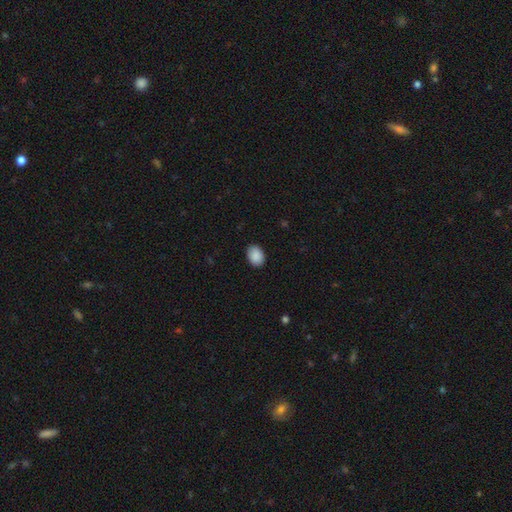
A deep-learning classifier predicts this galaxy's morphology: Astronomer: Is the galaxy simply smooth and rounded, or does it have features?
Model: smooth — 90%.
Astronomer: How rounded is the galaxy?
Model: in between — 72%.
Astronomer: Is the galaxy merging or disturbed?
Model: none — 87%.